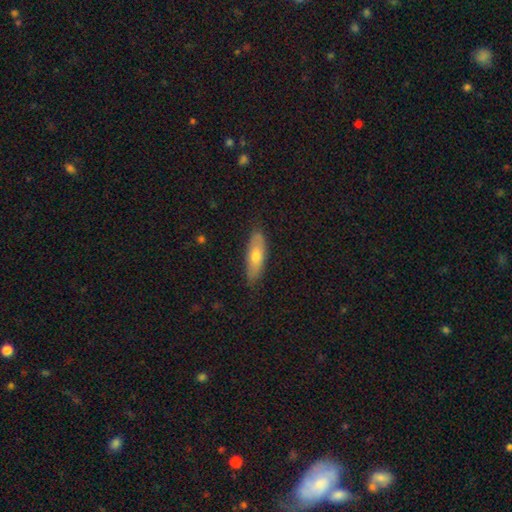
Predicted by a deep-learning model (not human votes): Smooth or featured? smooth (64%)
How rounded? in between (54%)
Merging? none (79%)